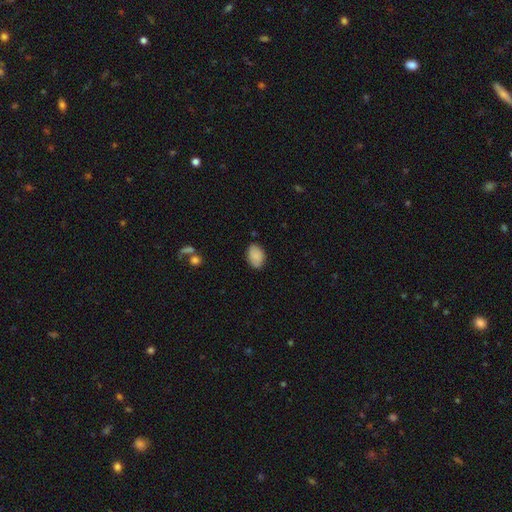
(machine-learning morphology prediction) smooth_or_featured: smooth (p=0.87) [alt: star or artifact p=0.07]
how_rounded: in between (p=0.86) [alt: round p=0.13]
merging: none (p=0.80) [alt: minor disturbance p=0.16]